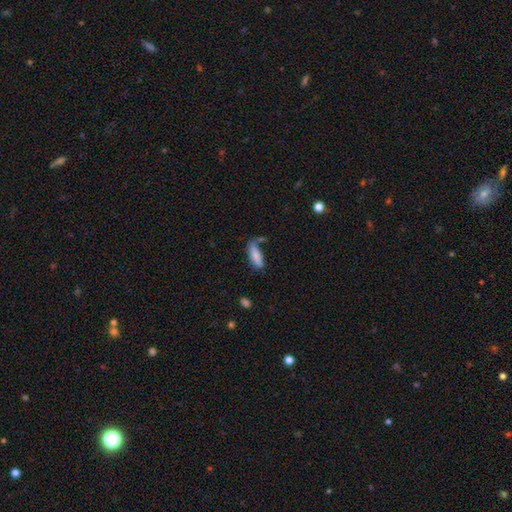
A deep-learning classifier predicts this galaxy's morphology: type=smooth (81%); roundness=in between (59%); merging=none (52%).